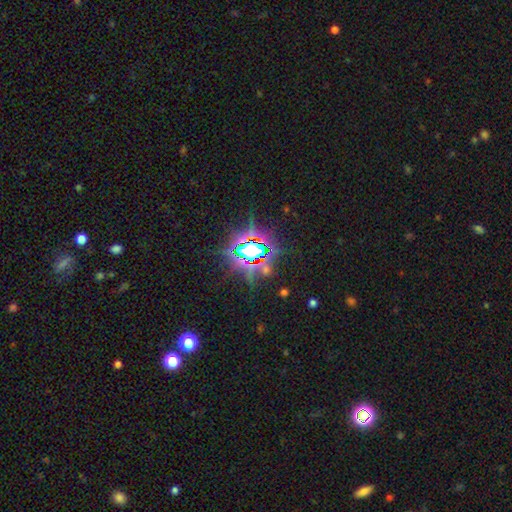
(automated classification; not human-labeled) Q: Smooth or featured?
A: star or artifact (82%); runner-up: smooth (10%)